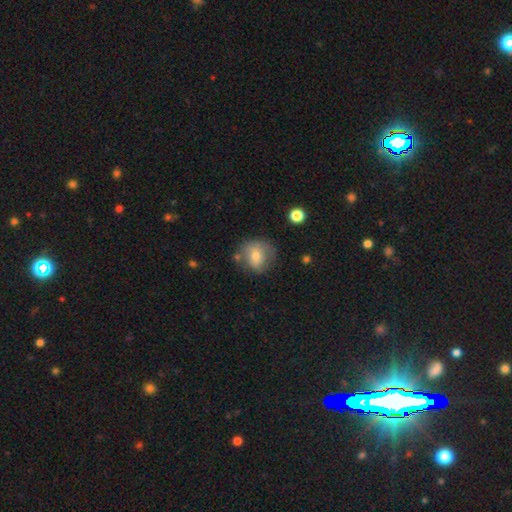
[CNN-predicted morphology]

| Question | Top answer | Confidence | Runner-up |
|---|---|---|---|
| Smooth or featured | smooth | 63% | featured or disk (28%) |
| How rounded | round | 79% | in between (20%) |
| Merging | none | 61% | minor disturbance (24%) |